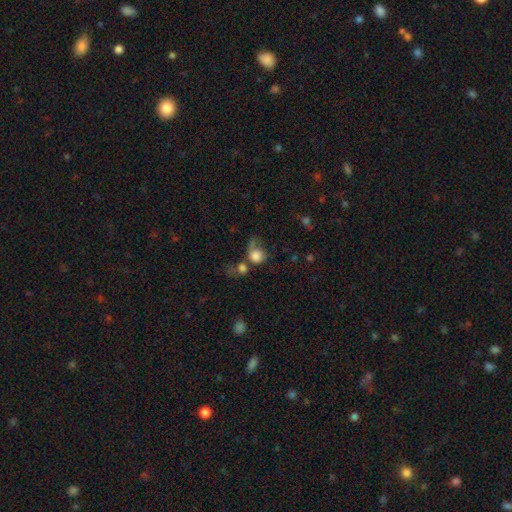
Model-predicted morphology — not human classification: Smooth or featured?
  - smooth: 77% *
  - featured or disk: 12%
  - star or artifact: 10%
How rounded?
  - round: 78% *
  - in between: 21%
  - cigar-shaped: 1%
Merging?
  - none: 30% *
  - major disturbance: 26%
  - merger: 26%
  - minor disturbance: 17%